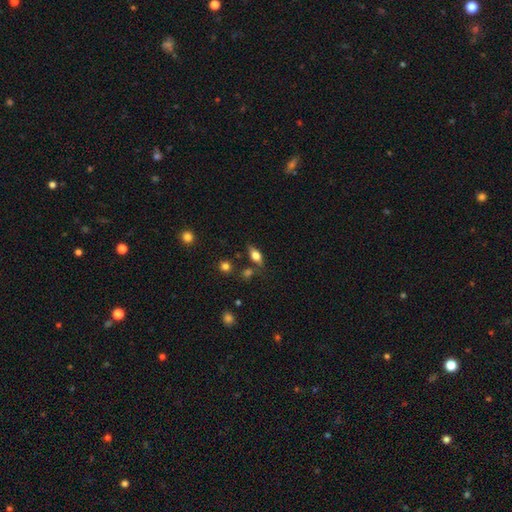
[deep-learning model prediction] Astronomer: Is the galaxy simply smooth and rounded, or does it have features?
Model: smooth — 62%.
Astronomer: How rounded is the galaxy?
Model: in between — 77%.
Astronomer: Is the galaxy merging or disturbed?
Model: none — 72%.